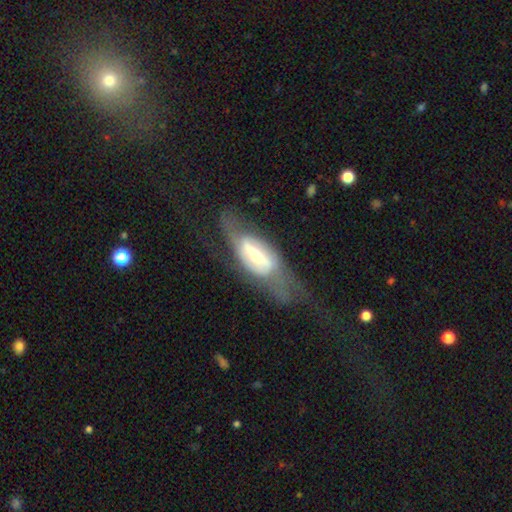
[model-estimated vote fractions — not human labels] Smooth or featured?
  - featured or disk: 77% *
  - smooth: 17%
  - star or artifact: 5%
Edge-on disk?
  - no: 82% *
  - yes: 18%
Bar?
  - strong: 59% *
  - weak: 29%
  - no: 12%
Spiral arms?
  - yes: 77% *
  - no: 23%
Bulge size?
  - moderate: 53% *
  - small: 30%
  - large: 12%
  - none: 2%
  - dominant: 2%
Merging?
  - none: 47% *
  - major disturbance: 30%
  - minor disturbance: 21%
  - merger: 3%